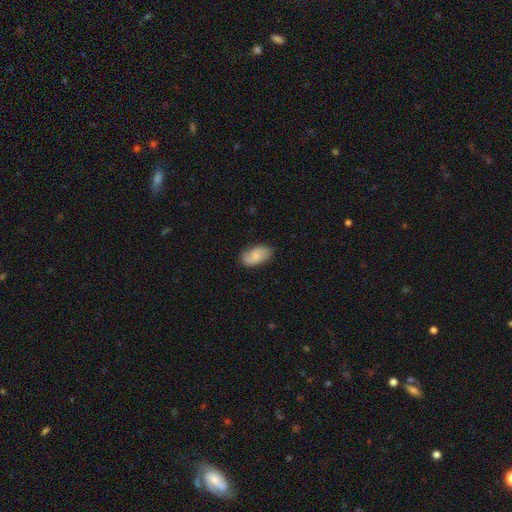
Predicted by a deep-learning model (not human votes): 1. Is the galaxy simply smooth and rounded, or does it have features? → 63% smooth, 30% featured or disk, 7% star or artifact.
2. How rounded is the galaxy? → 93% in between, 4% round, 2% cigar-shaped.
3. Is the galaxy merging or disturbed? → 73% none, 21% minor disturbance, 5% major disturbance, 1% merger.